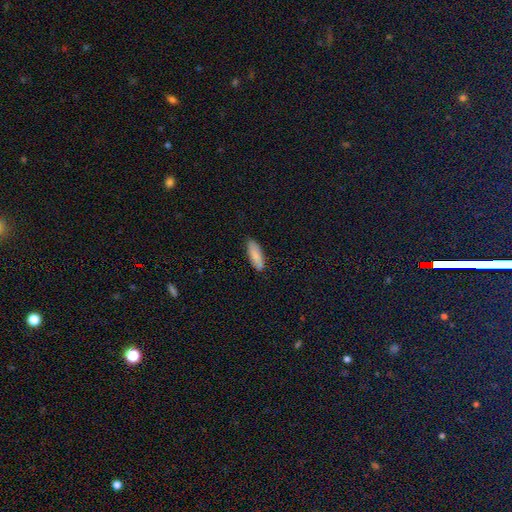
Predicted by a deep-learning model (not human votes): smooth_or_featured: smooth (p=0.83) [alt: featured or disk p=0.11]
how_rounded: in between (p=0.65) [alt: cigar-shaped p=0.33]
merging: none (p=0.86) [alt: minor disturbance p=0.11]